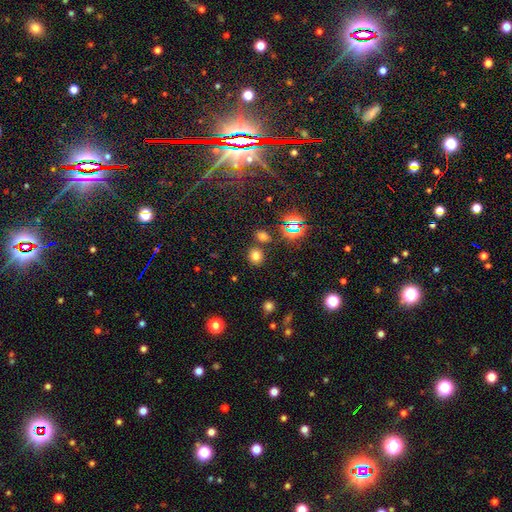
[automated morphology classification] smooth 70%, star or artifact 23%, featured or disk 7%. Down the decision tree: how rounded — round (81%); merging — none (78%).